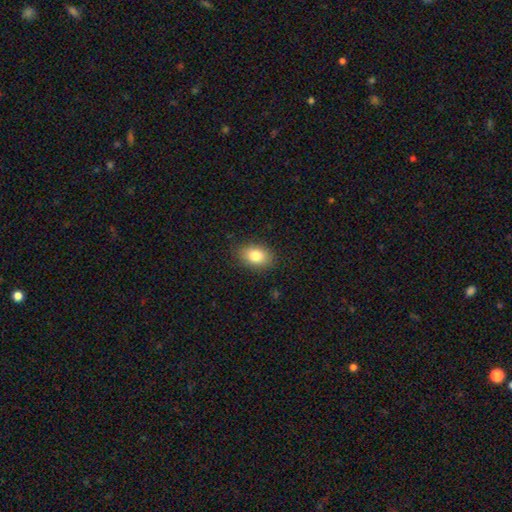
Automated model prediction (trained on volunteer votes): Overall: smooth (83%). How rounded: in between (83%). Merging: none (86%).